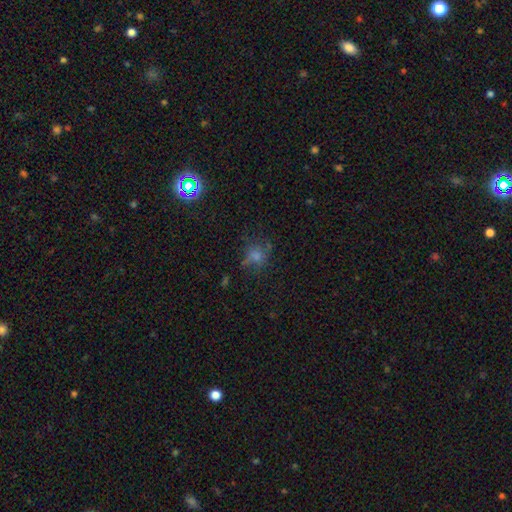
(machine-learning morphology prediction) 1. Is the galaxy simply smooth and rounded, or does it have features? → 43% smooth, 35% star or artifact, 22% featured or disk.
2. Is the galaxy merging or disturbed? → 63% none, 20% minor disturbance, 15% major disturbance, 3% merger.